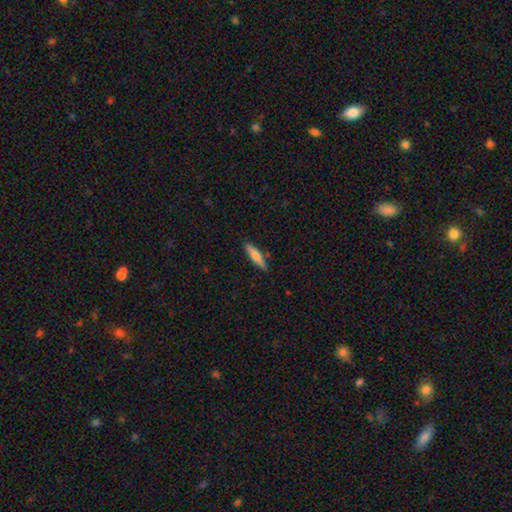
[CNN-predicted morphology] smooth 68%, featured or disk 26%, star or artifact 6%. Down the decision tree: how rounded — cigar-shaped (83%); merging — none (85%).